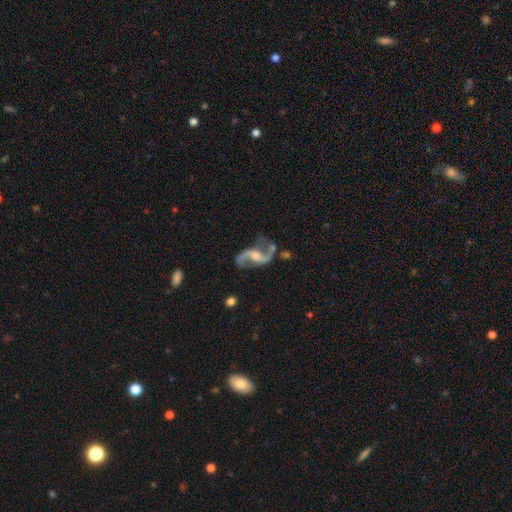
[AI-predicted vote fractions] Smooth or featured? featured or disk (90%)
Edge-on disk? no (97%)
Bar? no (44%)
Spiral arms? yes (97%)
Spiral winding? loose (75%)
Spiral arm count? 2 (94%)
Bulge size? moderate (48%)
Merging? none (67%)